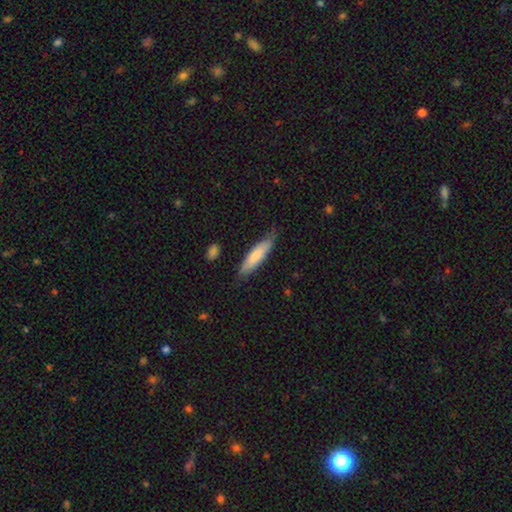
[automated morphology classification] smooth-or-featured: smooth: 74% | featured or disk: 21% | star or artifact: 5%
  how-rounded: cigar-shaped: 73% | in between: 25% | round: 1%
  merging: none: 74% | minor disturbance: 20% | major disturbance: 4% | merger: 2%